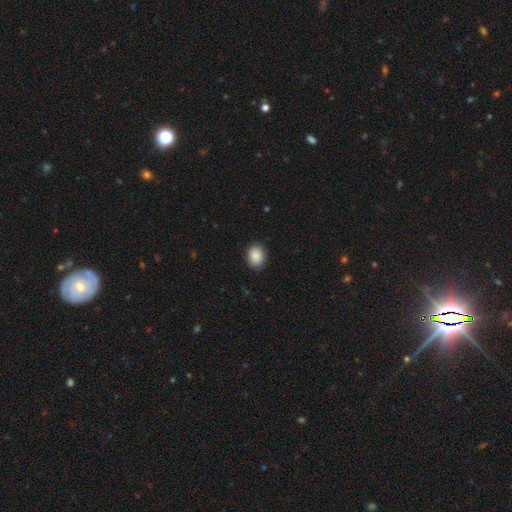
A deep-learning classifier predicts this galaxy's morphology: Smooth or featured? Predicted: smooth (p=0.89). How rounded? Predicted: in between (p=0.57). Merging? Predicted: none (p=0.88).